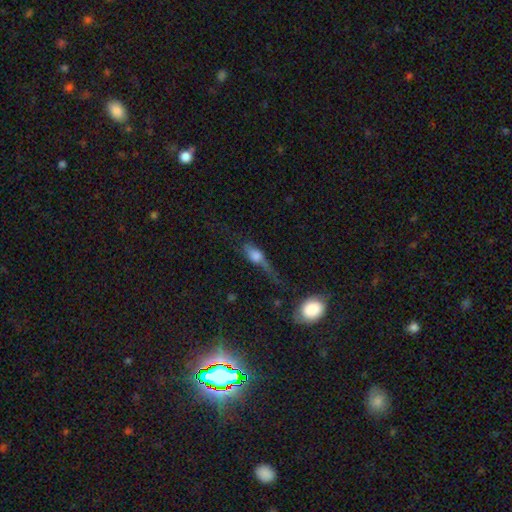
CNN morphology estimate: Q: Smooth or featured?
A: smooth (56%); runner-up: featured or disk (33%)
Q: How rounded?
A: in between (57%); runner-up: cigar-shaped (28%)
Q: Merging?
A: major disturbance (40%); runner-up: none (28%)